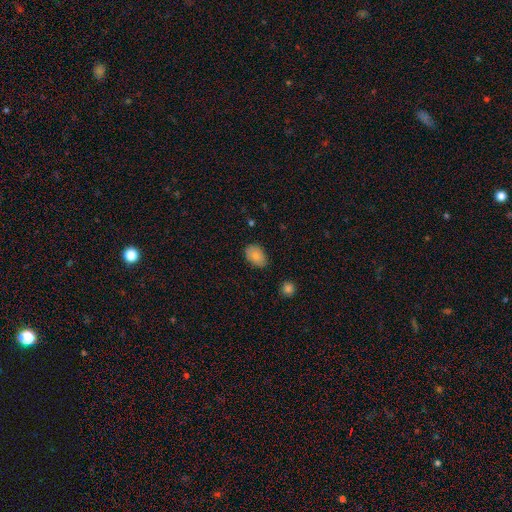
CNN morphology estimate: Overall: smooth (80%). How rounded: in between (86%). Merging: none (80%).